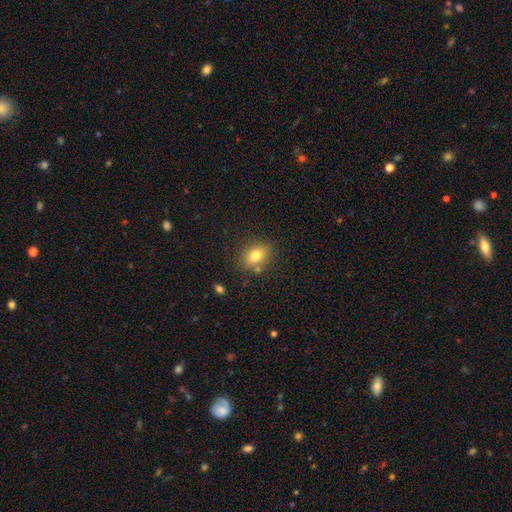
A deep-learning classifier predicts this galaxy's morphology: Smooth or featured? Predicted: smooth (p=0.78). How rounded? Predicted: in between (p=0.75). Merging? Predicted: none (p=0.77).